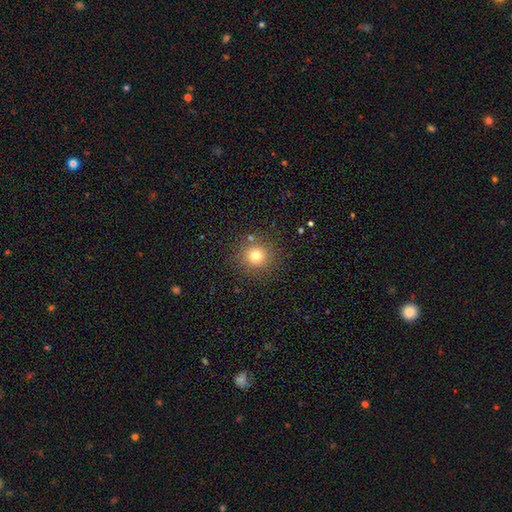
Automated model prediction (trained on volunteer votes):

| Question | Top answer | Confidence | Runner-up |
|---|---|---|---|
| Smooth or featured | smooth | 75% | star or artifact (17%) |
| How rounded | round | 93% | in between (6%) |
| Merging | none | 85% | minor disturbance (8%) |